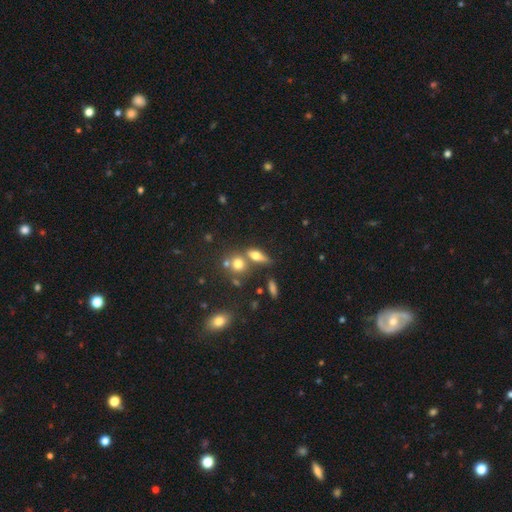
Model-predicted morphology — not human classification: smooth 64%, featured or disk 22%, star or artifact 14%. Down the decision tree: how rounded — in between (53%); merging — none (49%).